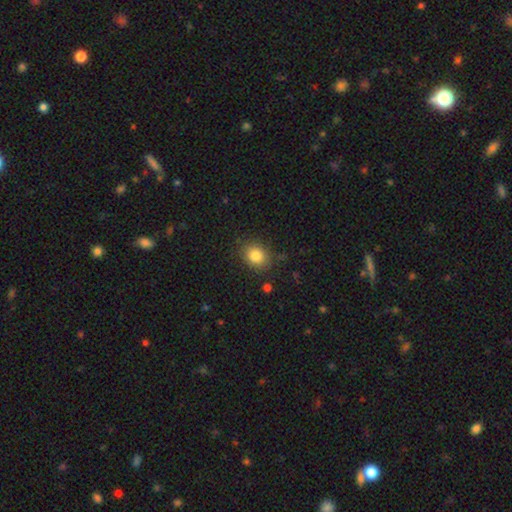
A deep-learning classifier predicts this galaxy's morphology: Q: Smooth or featured?
A: smooth (84%); runner-up: star or artifact (10%)
Q: How rounded?
A: in between (50%); runner-up: round (49%)
Q: Merging?
A: none (82%); runner-up: minor disturbance (13%)